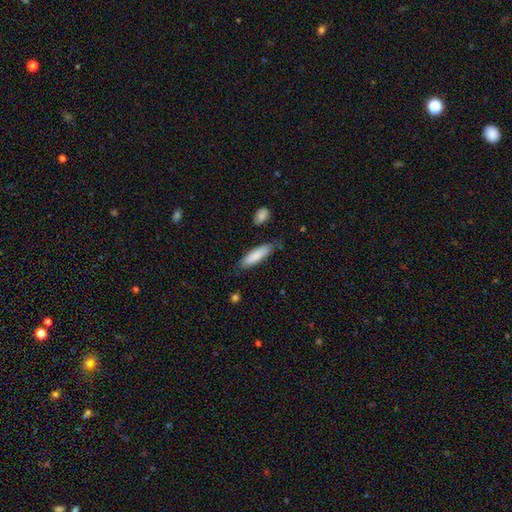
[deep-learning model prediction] Smooth or featured? smooth (83%)
How rounded? cigar-shaped (57%)
Merging? none (76%)